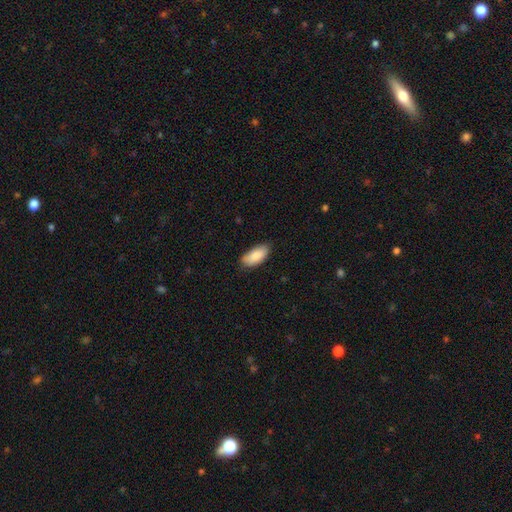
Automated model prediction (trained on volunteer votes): The model was most divided on "merging": none: 75%, minor disturbance: 21%, major disturbance: 3%, merger: 1%. More confident: how rounded — in between (92%); smooth or featured — smooth (85%).